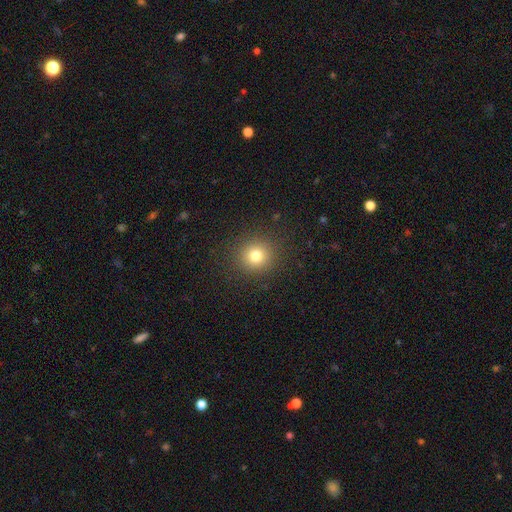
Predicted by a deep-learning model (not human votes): Smooth or featured?
  - smooth: 77% *
  - star or artifact: 15%
  - featured or disk: 8%
How rounded?
  - round: 92% *
  - in between: 7%
  - cigar-shaped: 1%
Merging?
  - none: 90% *
  - minor disturbance: 6%
  - major disturbance: 3%
  - merger: 1%